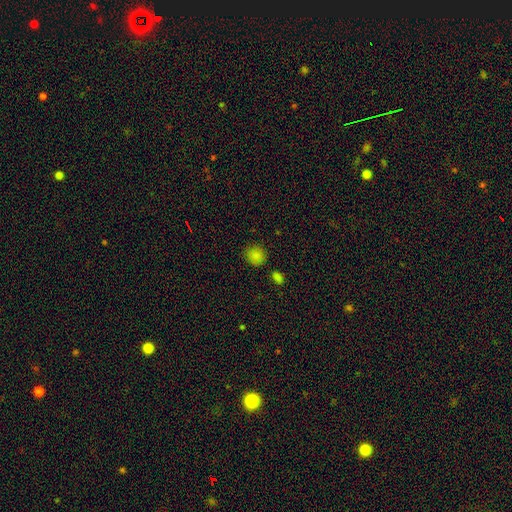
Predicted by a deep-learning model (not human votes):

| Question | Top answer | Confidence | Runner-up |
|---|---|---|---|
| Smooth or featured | smooth | 83% | star or artifact (13%) |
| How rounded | round | 86% | in between (13%) |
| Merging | none | 83% | minor disturbance (10%) |